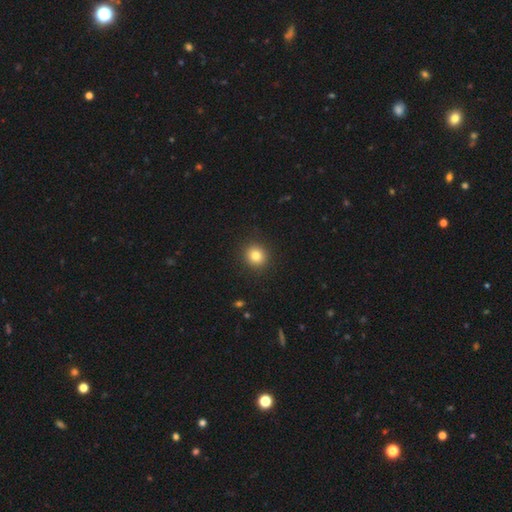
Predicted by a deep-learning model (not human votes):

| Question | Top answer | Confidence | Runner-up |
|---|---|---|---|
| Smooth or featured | smooth | 82% | star or artifact (11%) |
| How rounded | round | 88% | in between (11%) |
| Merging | none | 91% | minor disturbance (6%) |